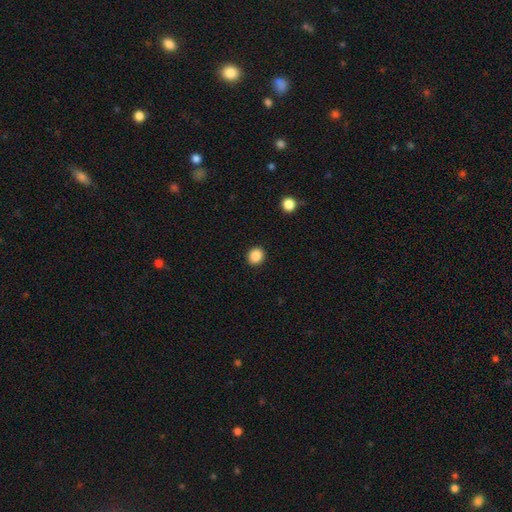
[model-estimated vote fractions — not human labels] Morphology: type=smooth (88%); roundness=round (82%); merging=none (92%).